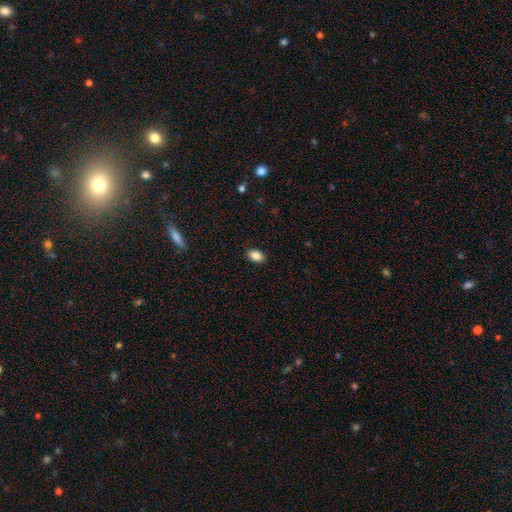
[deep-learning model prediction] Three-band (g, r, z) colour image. It shows a smooth galaxy with no disk features (87%) that is in between round and cigar-shaped (89%). Merging: none (88%).